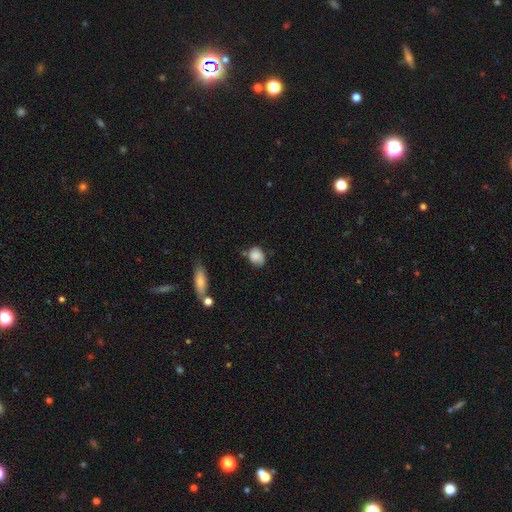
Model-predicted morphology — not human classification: Smooth or featured?
  - smooth: 82% *
  - featured or disk: 9%
  - star or artifact: 9%
How rounded?
  - round: 50% *
  - in between: 49%
  - cigar-shaped: 2%
Merging?
  - none: 55% *
  - minor disturbance: 31%
  - major disturbance: 7%
  - merger: 6%